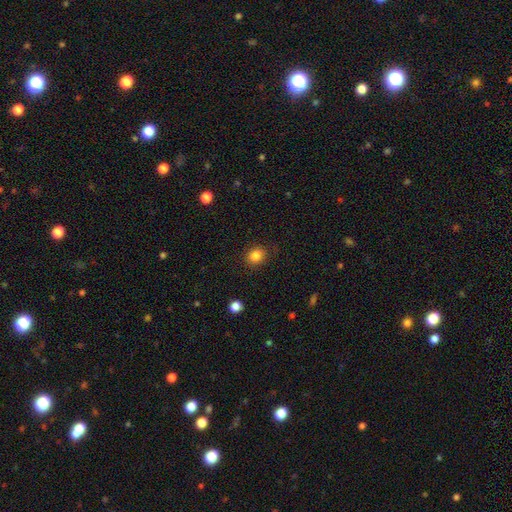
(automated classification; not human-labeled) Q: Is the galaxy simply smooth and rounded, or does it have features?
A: smooth — 84%.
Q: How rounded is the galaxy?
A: round — 71%.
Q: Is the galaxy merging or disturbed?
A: none — 86%.